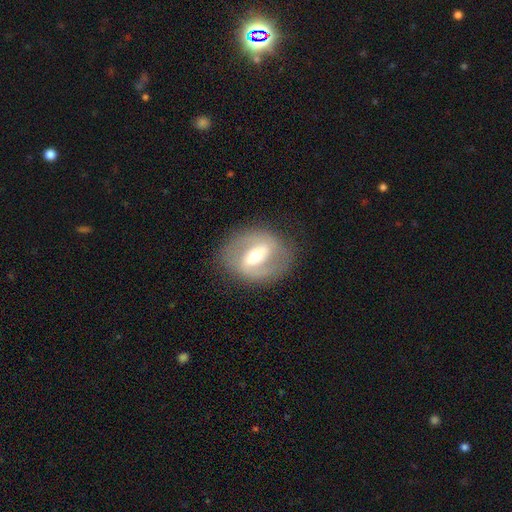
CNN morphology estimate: smooth_or_featured: featured or disk (p=0.76) [alt: smooth p=0.18]
disk_edge_on: no (p=0.94) [alt: yes p=0.06]
bar: strong (p=0.55) [alt: weak p=0.32]
has_spiral_arms: yes (p=0.72) [alt: no p=0.28]
spiral_winding: medium (p=0.47) [alt: tight p=0.34]
spiral_arm_count: 2 (p=0.84) [alt: can't tell p=0.09]
bulge_size: moderate (p=0.59) [alt: small p=0.32]
merging: none (p=0.81) [alt: minor disturbance p=0.12]